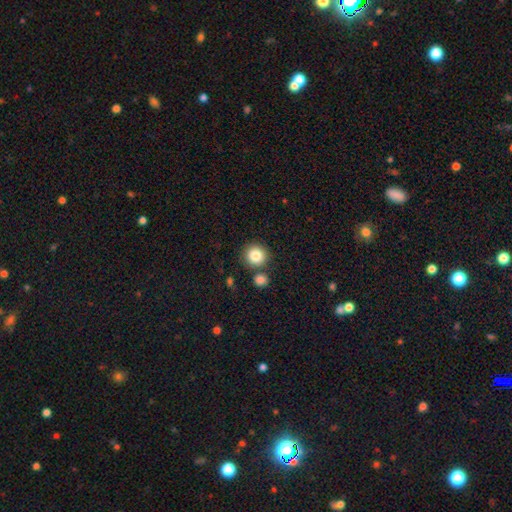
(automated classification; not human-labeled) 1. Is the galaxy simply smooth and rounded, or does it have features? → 85% smooth, 9% star or artifact, 6% featured or disk.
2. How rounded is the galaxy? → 93% round, 6% in between, 1% cigar-shaped.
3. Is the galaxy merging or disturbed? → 77% none, 13% merger, 8% minor disturbance, 3% major disturbance.